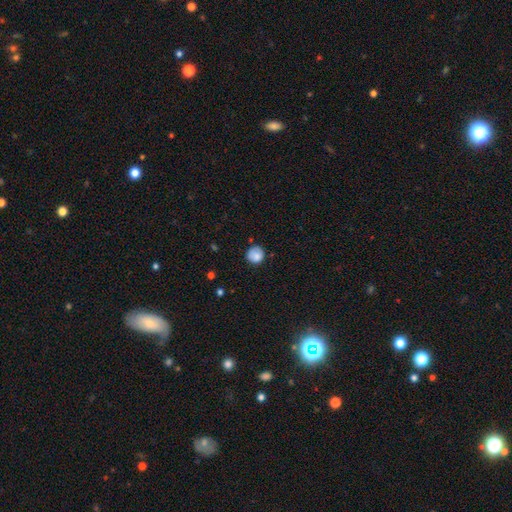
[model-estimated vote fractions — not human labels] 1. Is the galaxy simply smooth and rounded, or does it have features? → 82% smooth, 9% featured or disk, 9% star or artifact.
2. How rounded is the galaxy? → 89% round, 10% in between, 1% cigar-shaped.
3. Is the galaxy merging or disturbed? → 71% none, 22% minor disturbance, 5% major disturbance, 2% merger.